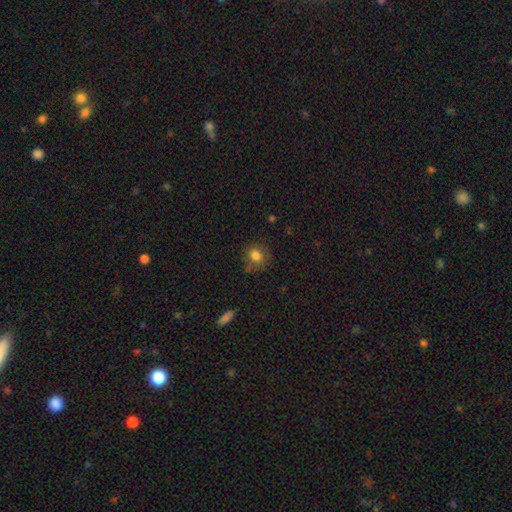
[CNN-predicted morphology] Smooth or featured? smooth (81%)
How rounded? round (71%)
Merging? none (73%)